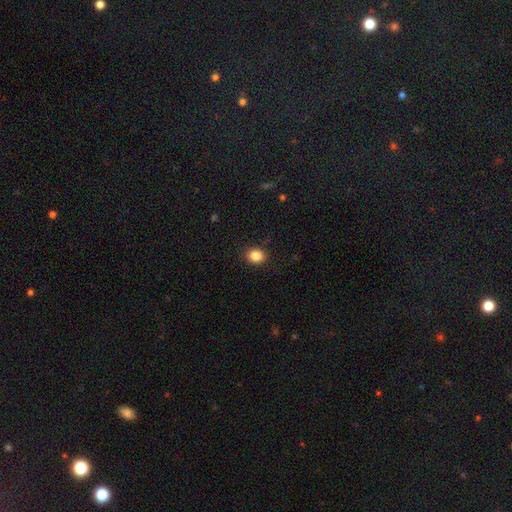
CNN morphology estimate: smooth-or-featured: smooth: 86% | star or artifact: 10% | featured or disk: 4%
  how-rounded: round: 59% | in between: 40% | cigar-shaped: 1%
  merging: none: 89% | minor disturbance: 8% | major disturbance: 2% | merger: 1%